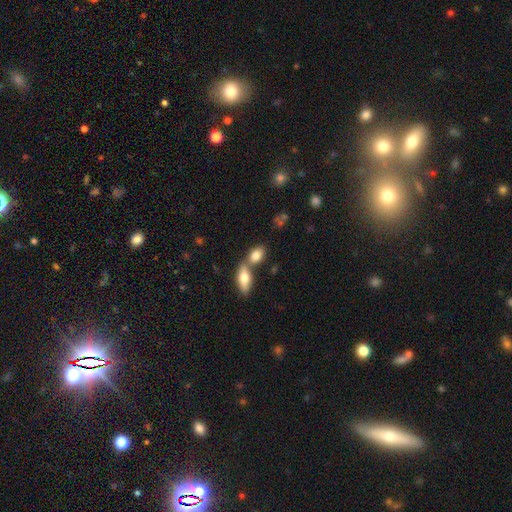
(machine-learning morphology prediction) A smooth galaxy with no disk features (80%) that is in between round and cigar-shaped (84%). Merging: none (46%).